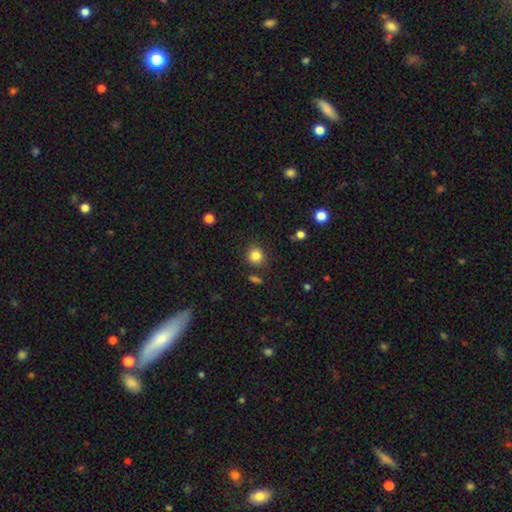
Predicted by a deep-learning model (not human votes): This is clearly a smooth galaxy (84%). How rounded: clearly round (89%). Merging: clearly none (87%).